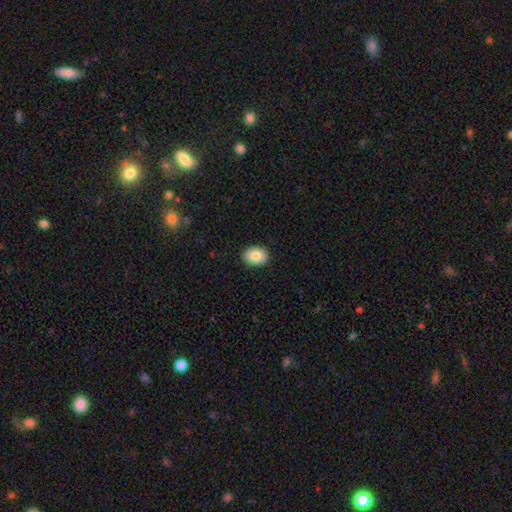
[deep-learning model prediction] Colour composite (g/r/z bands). It shows a smooth galaxy with no disk features (85%) that is in between round and cigar-shaped (61%). Merging: none (89%).